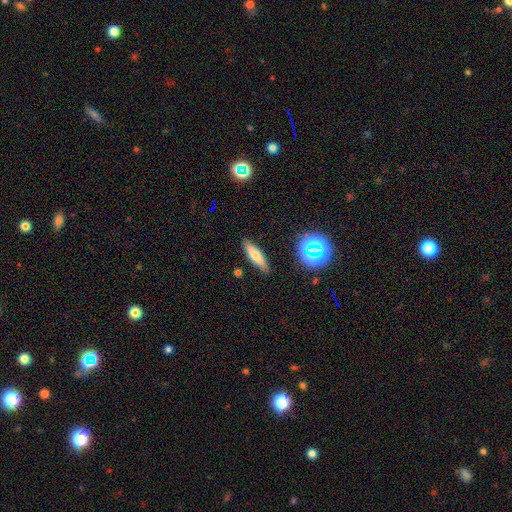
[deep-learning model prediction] Overall: smooth (70%). How rounded: cigar-shaped (67%; in between 30%). Merging: none (85%).